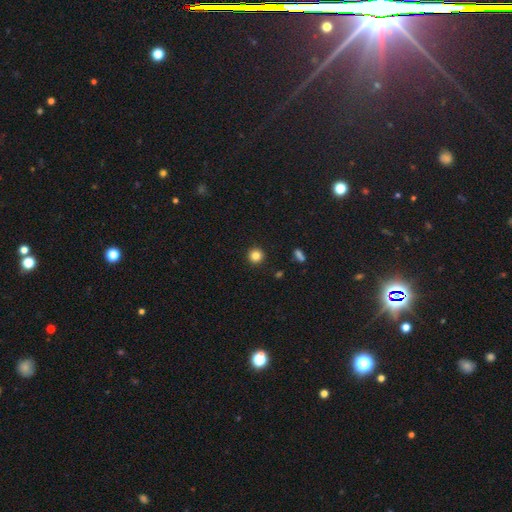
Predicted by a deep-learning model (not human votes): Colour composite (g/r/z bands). It shows a smooth galaxy with no disk features (84%) that is round (95%). Merging: none (93%).